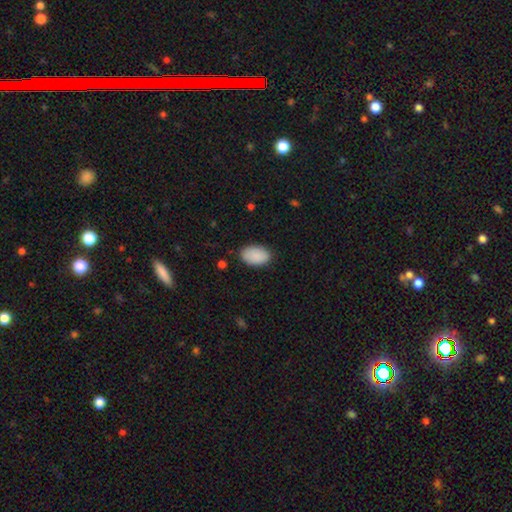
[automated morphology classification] smooth 90%, star or artifact 6%, featured or disk 4%. Down the decision tree: how rounded — in between (92%); merging — none (85%).